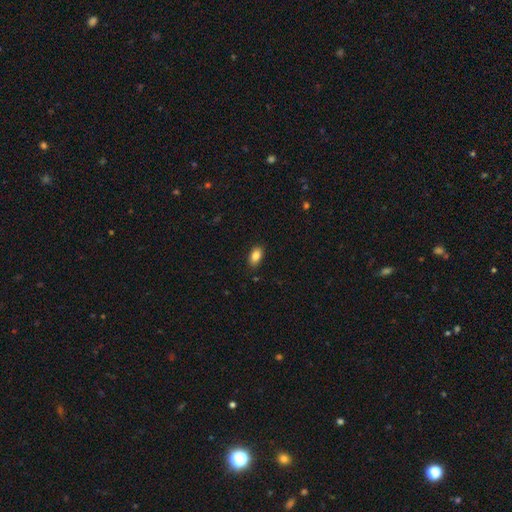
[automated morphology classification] type=smooth (85%); roundness=in between (90%); merging=none (86%).